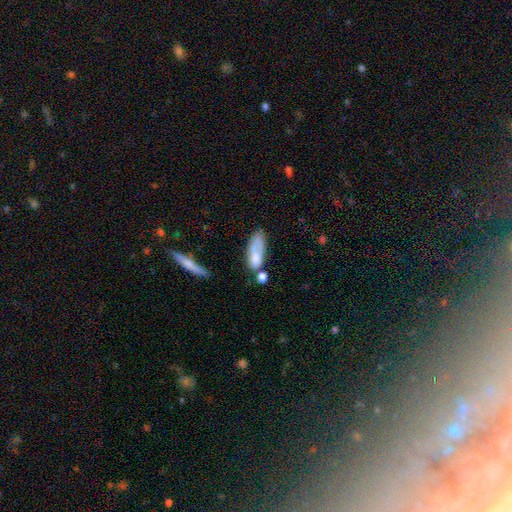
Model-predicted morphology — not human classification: A smooth galaxy with no disk features (67%) that is in between round and cigar-shaped (66%).

Vote fractions:
- Smooth or featured? smooth: 67% / featured or disk: 25% / star or artifact: 8%
- How rounded? in between: 66% / cigar-shaped: 32% / round: 3%
- Merging? none: 33% / merger: 24% / minor disturbance: 24% / major disturbance: 18%